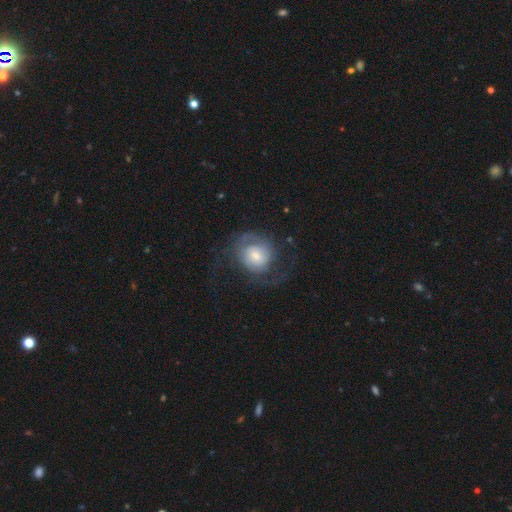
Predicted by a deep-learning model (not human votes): featured or disk 60%, smooth 33%, star or artifact 7%. Down the decision tree: edge-on disk — no (97%); bar — no (55%); spiral arms — yes (82%); bulge size — moderate (43%); merging — none (49%).